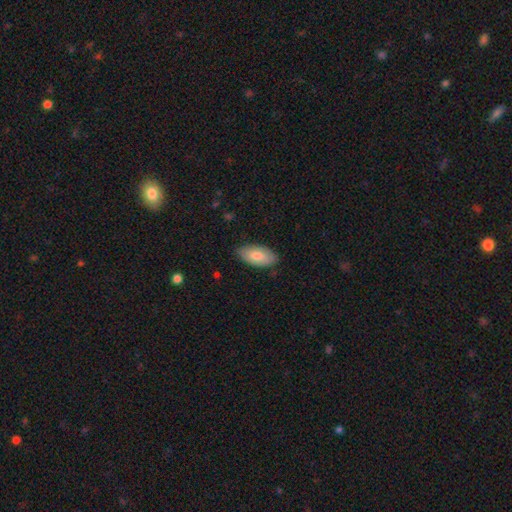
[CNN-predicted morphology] Overall: smooth (77%). How rounded: in between (92%). Merging: none (84%).